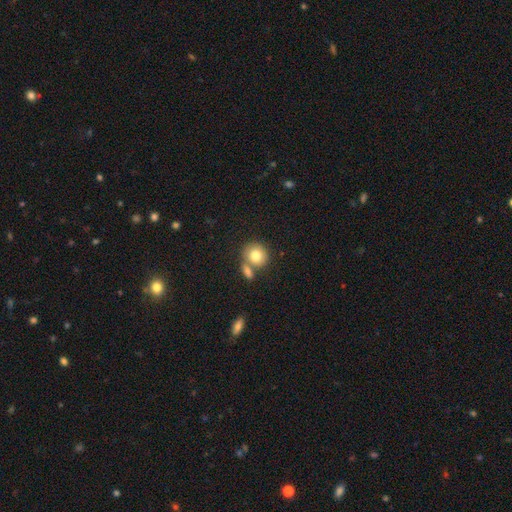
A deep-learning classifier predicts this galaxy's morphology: A smooth galaxy with no disk features (79%) that is round (79%). Merging: none (53%).